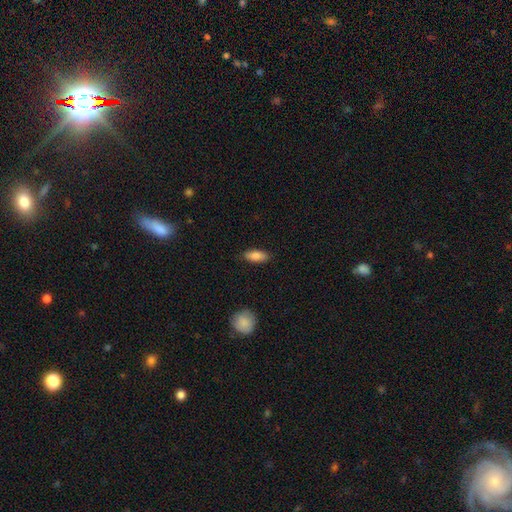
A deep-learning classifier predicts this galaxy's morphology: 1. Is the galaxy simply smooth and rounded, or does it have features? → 84% smooth, 9% featured or disk, 7% star or artifact.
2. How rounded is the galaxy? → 80% in between, 17% cigar-shaped, 2% round.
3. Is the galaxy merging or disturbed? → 87% none, 10% minor disturbance, 2% major disturbance, 1% merger.